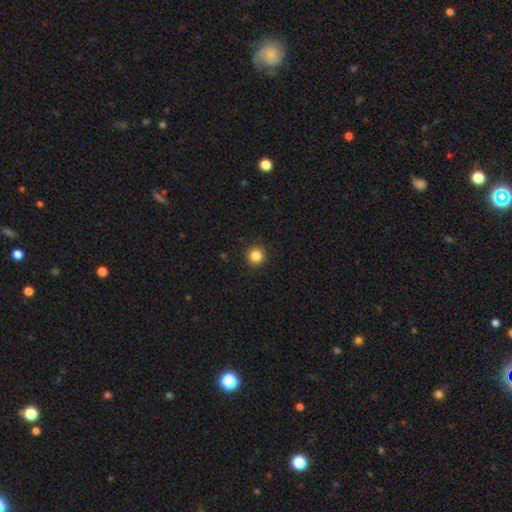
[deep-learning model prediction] A smooth galaxy with no disk features (85%) that is round (95%). Merging: none (92%).